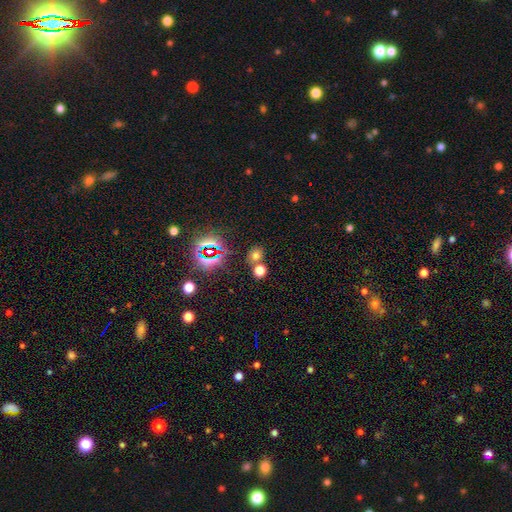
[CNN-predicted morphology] A smooth galaxy with no disk features (62%) that is round (64%). Merging: none (71%).